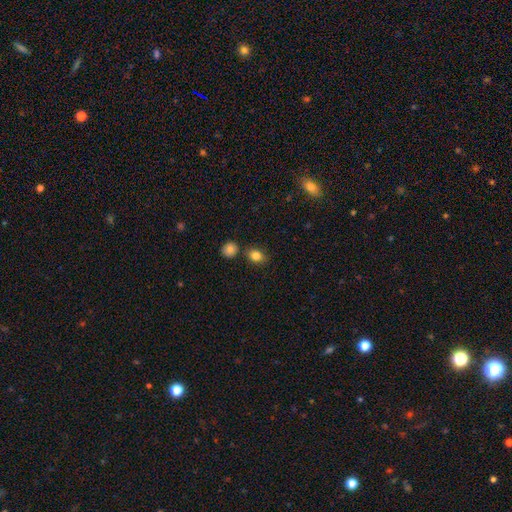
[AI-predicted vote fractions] A smooth galaxy with no disk features (84%) that is in between round and cigar-shaped (62%).

Vote fractions:
- Smooth or featured? smooth: 84% / star or artifact: 10% / featured or disk: 7%
- How rounded? in between: 62% / round: 37% / cigar-shaped: 1%
- Merging? none: 75% / minor disturbance: 12% / merger: 10% / major disturbance: 3%